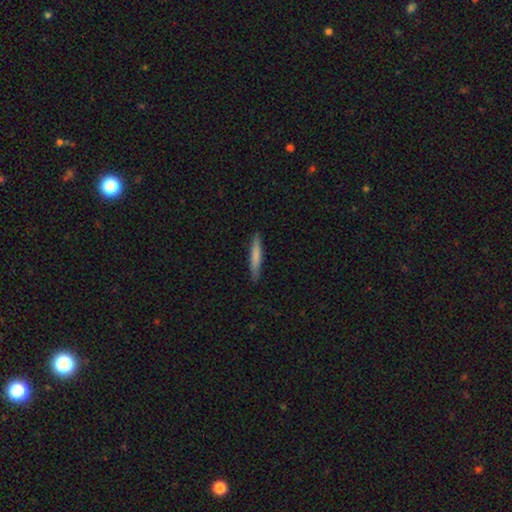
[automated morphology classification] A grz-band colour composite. It shows a smooth galaxy with no disk features (71%) that is cigar-shaped (94%). Merging: none (88%).